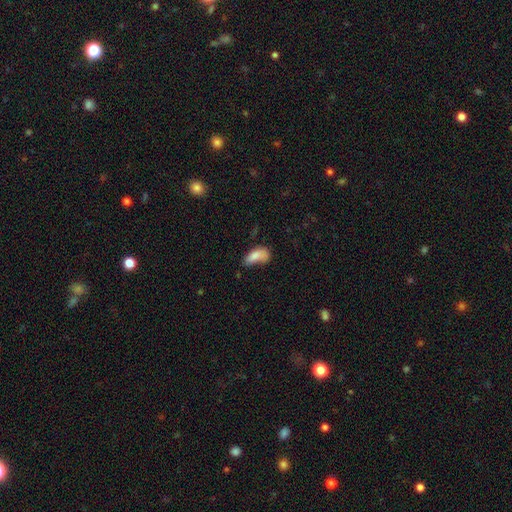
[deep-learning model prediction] A smooth galaxy with no disk features (79%) that is in between round and cigar-shaped (87%).

Vote fractions:
- Smooth or featured? smooth: 79% / featured or disk: 12% / star or artifact: 9%
- How rounded? in between: 87% / cigar-shaped: 9% / round: 4%
- Merging? minor disturbance: 34% / none: 32% / major disturbance: 23% / merger: 10%